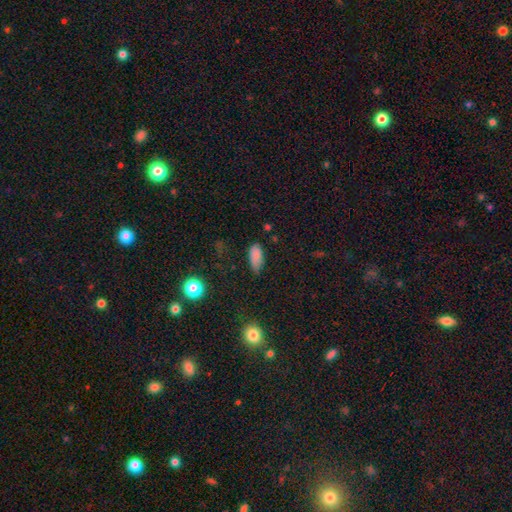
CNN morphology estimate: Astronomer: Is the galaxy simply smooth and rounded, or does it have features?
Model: smooth — 83%.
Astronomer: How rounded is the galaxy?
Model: in between — 87%.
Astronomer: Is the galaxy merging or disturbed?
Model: none — 66%.